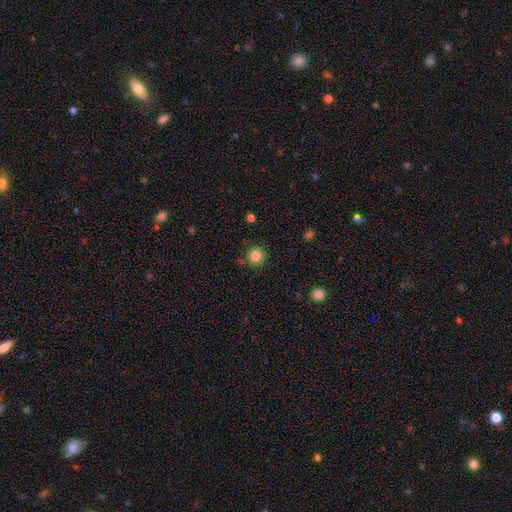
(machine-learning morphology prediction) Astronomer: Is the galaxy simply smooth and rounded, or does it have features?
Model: smooth — 84%.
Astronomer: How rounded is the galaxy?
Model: round — 92%.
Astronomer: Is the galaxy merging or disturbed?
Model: none — 85%.